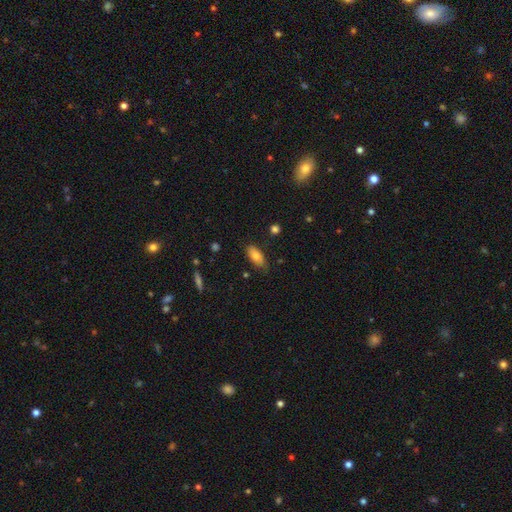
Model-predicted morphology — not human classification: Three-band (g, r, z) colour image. It shows a smooth galaxy with no disk features (78%) that is in between round and cigar-shaped (84%). Merging: none (74%).